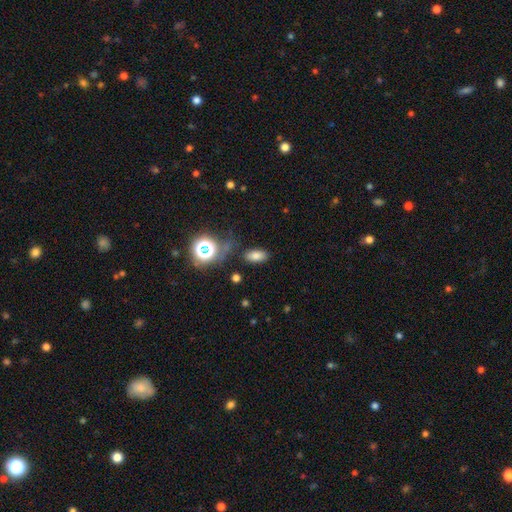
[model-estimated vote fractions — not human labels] Smooth or featured? smooth (75%)
How rounded? in between (88%)
Merging? none (81%)